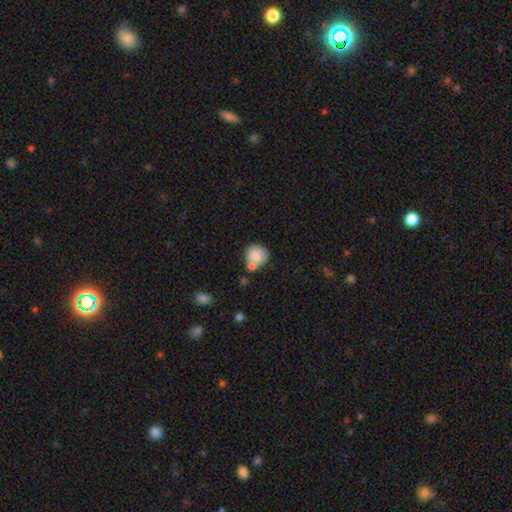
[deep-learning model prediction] A smooth galaxy with no disk features (80%) that is round (78%). Merging: none (47%).